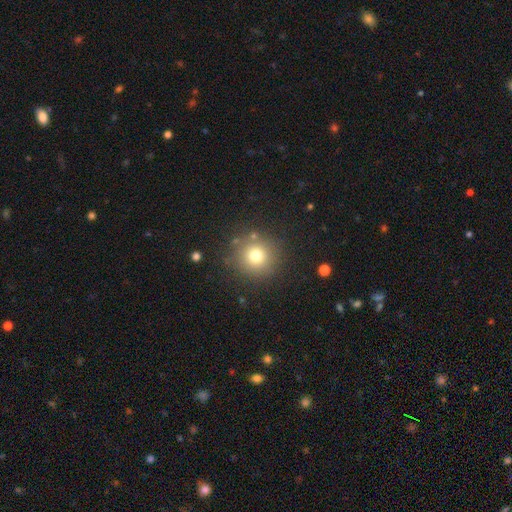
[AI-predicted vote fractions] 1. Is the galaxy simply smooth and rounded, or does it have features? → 75% smooth, 15% star or artifact, 10% featured or disk.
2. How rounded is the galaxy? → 94% round, 5% in between, 1% cigar-shaped.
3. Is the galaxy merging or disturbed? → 86% none, 8% minor disturbance, 3% major disturbance, 3% merger.